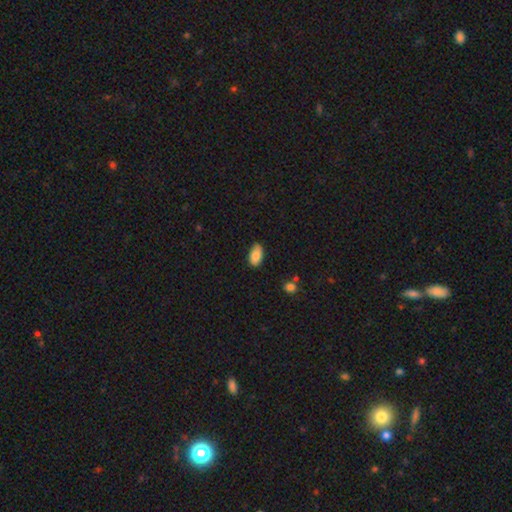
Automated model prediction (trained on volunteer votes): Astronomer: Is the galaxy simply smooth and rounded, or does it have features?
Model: smooth — 82%.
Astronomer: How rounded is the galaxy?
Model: in between — 94%.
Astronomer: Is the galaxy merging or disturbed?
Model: none — 73%.